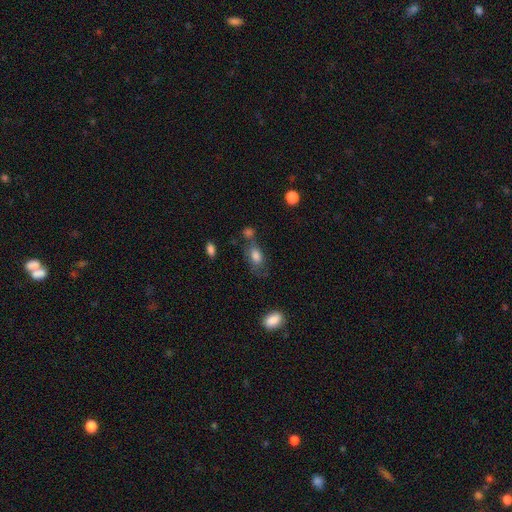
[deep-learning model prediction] A smooth galaxy with no disk features (79%) that is in between round and cigar-shaped (86%).

Vote fractions:
- Smooth or featured? smooth: 79% / featured or disk: 12% / star or artifact: 9%
- How rounded? in between: 86% / round: 10% / cigar-shaped: 4%
- Merging? none: 51% / minor disturbance: 23% / merger: 16% / major disturbance: 11%